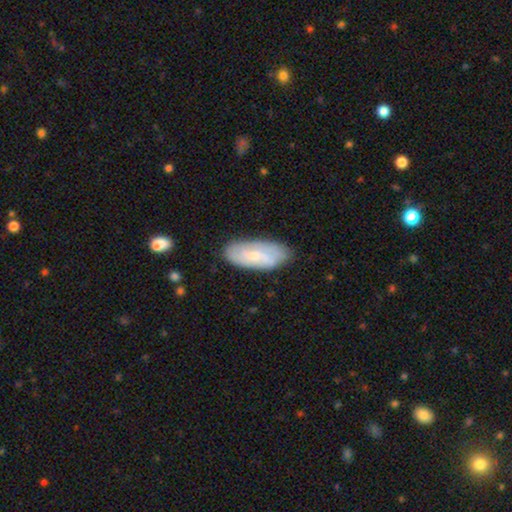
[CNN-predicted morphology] type=smooth (51%); roundness=in between (84%); merging=none (78%).